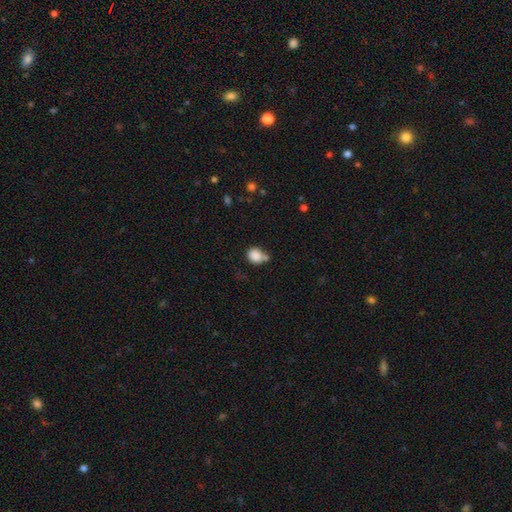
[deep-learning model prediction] smooth_or_featured: smooth (p=0.85) [alt: star or artifact p=0.10]
how_rounded: round (p=0.70) [alt: in between p=0.29]
merging: none (p=0.49) [alt: merger p=0.25]